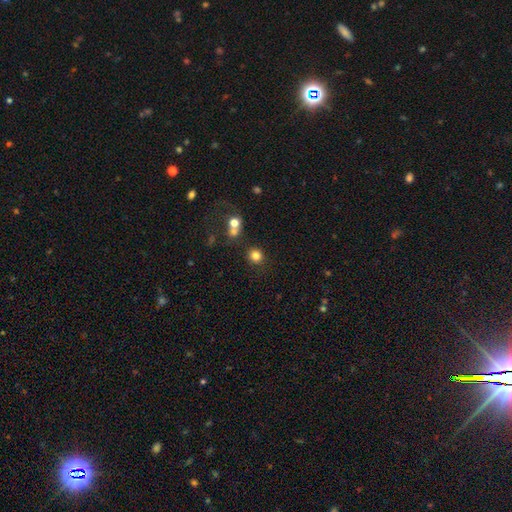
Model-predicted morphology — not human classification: Overall: smooth (81%). How rounded: round (88%). Merging: none (81%).